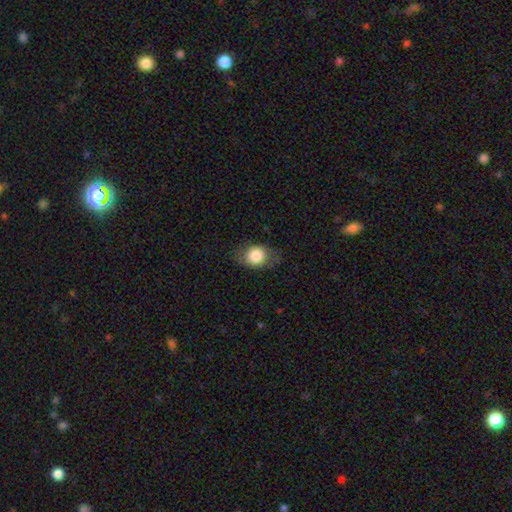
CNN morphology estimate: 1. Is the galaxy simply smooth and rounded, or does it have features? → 82% smooth, 10% featured or disk, 8% star or artifact.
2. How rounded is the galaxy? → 54% round, 45% in between, 1% cigar-shaped.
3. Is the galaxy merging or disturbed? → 74% none, 18% minor disturbance, 7% major disturbance, 1% merger.